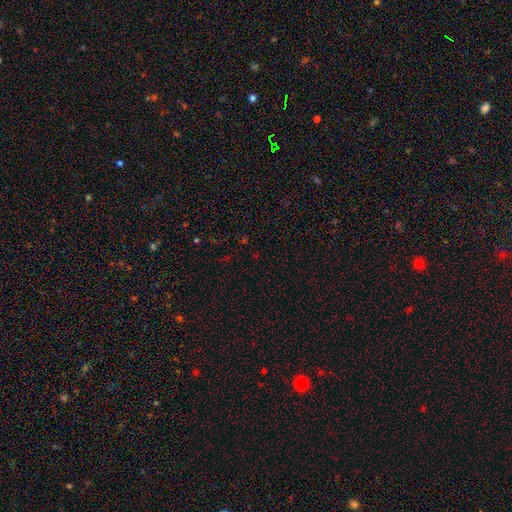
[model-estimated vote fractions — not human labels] smooth_or_featured: star or artifact (p=0.62) [alt: smooth p=0.31]